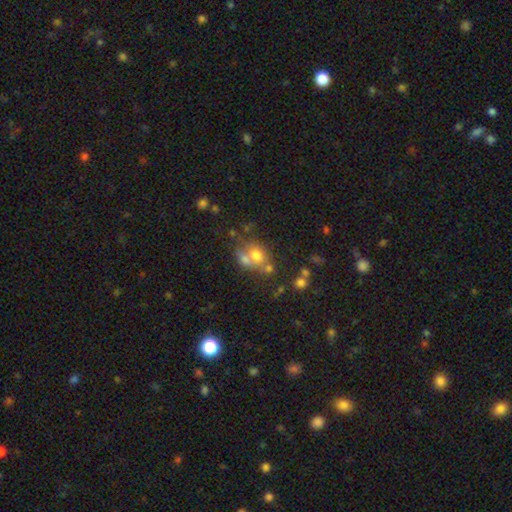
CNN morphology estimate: The model was most divided on "how rounded": round: 50%, in between: 49%, cigar-shaped: 1%. Remaining: smooth or featured — smooth (66%); merging — merger (49%).